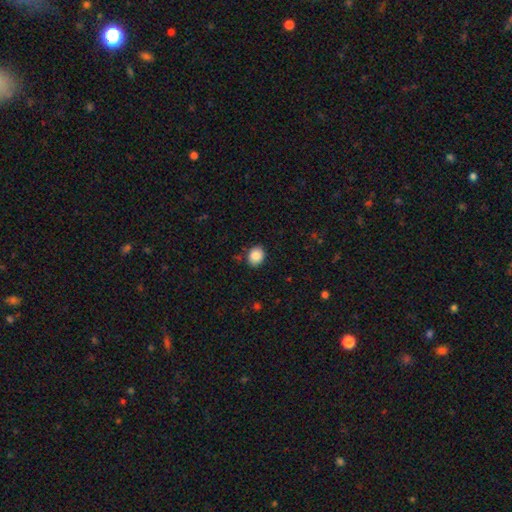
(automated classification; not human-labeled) A smooth galaxy with no disk features (87%) that is round (51%). Merging: none (86%).